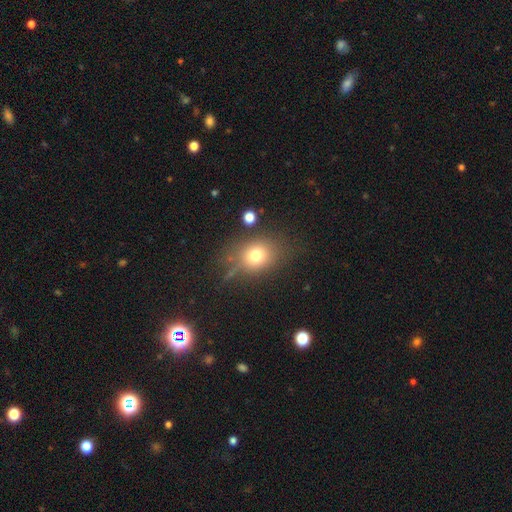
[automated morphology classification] smooth 73%, star or artifact 14%, featured or disk 13%. Down the decision tree: how rounded — round (52%); merging — none (67%).